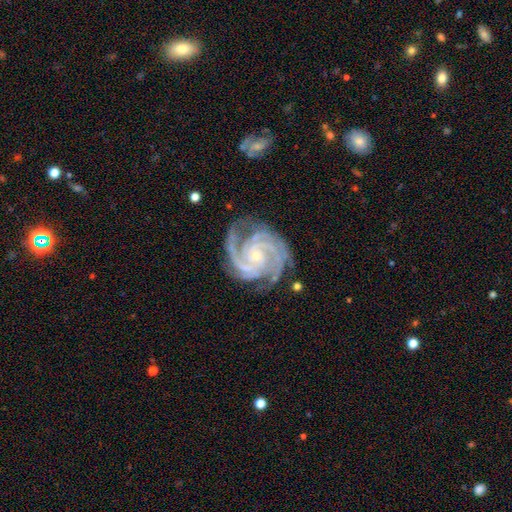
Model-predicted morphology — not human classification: smooth_or_featured: featured or disk (p=0.93) [alt: star or artifact p=0.05]
disk_edge_on: no (p=0.98) [alt: yes p=0.02]
bar: no (p=0.67) [alt: weak p=0.23]
has_spiral_arms: yes (p=0.99) [alt: no p=0.01]
spiral_winding: tight (p=0.69) [alt: medium p=0.29]
spiral_arm_count: 3 (p=0.42) [alt: 2 p=0.23]
bulge_size: small (p=0.80) [alt: moderate p=0.16]
merging: none (p=0.75) [alt: minor disturbance p=0.18]